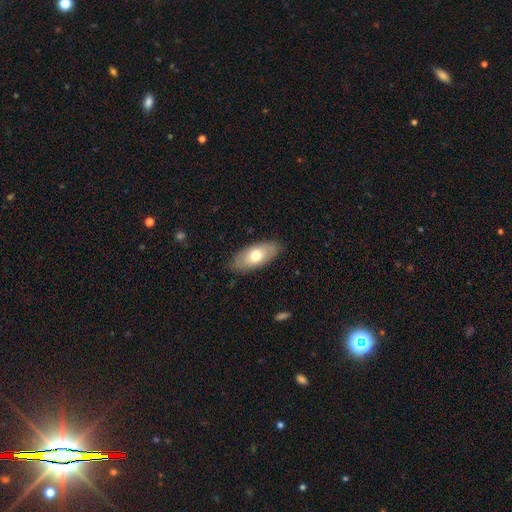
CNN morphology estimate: The model was most divided on "smooth or featured": smooth: 67%, featured or disk: 27%, star or artifact: 6%. More confident: how rounded — in between (91%); merging — none (86%).